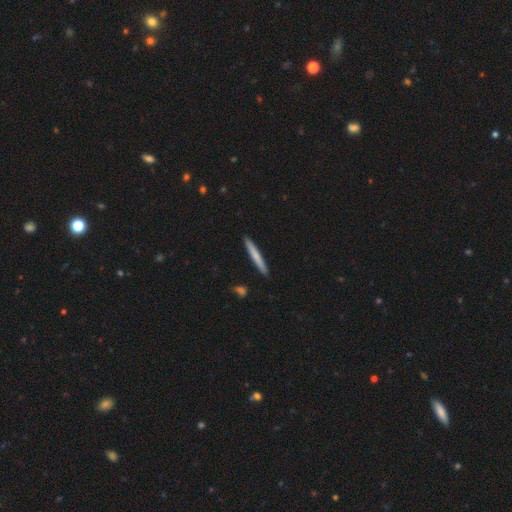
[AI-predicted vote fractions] The model was most divided on "smooth or featured": smooth: 69%, featured or disk: 26%, star or artifact: 5%. More confident: how rounded — cigar-shaped (96%); merging — none (91%).